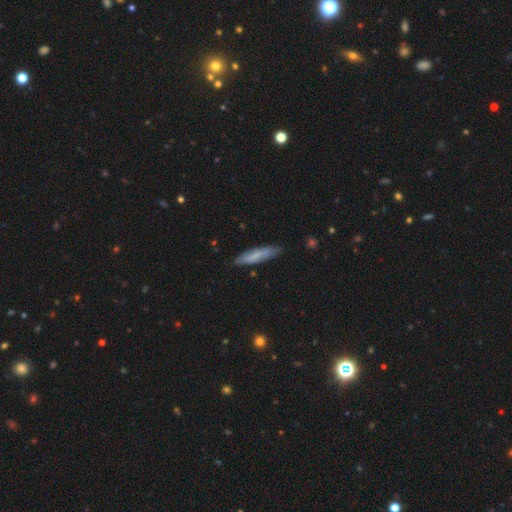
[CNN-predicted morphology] Smooth or featured: smooth — 63% (featured or disk — 31%)
How rounded: cigar-shaped — 83% (in between — 15%)
Merging: none — 82% (minor disturbance — 14%)